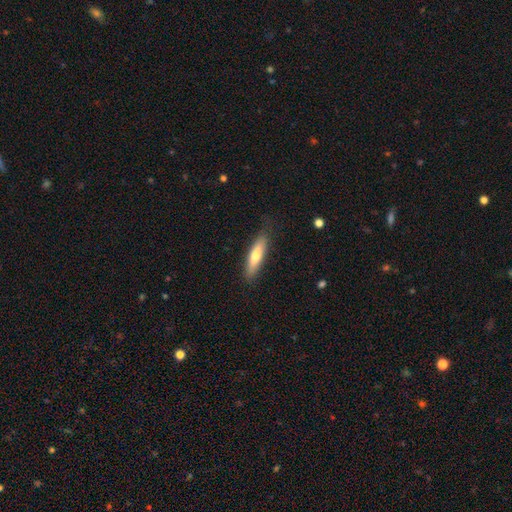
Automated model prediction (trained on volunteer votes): Smooth or featured: smooth — 66% (featured or disk — 29%)
How rounded: cigar-shaped — 72% (in between — 26%)
Merging: none — 82% (minor disturbance — 14%)